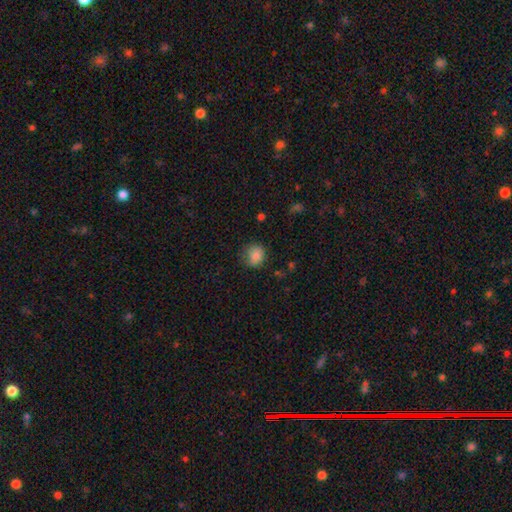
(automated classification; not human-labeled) Smooth or featured?
  - smooth: 83% *
  - star or artifact: 10%
  - featured or disk: 7%
How rounded?
  - round: 80% *
  - in between: 19%
  - cigar-shaped: 1%
Merging?
  - none: 77% *
  - minor disturbance: 18%
  - major disturbance: 4%
  - merger: 1%